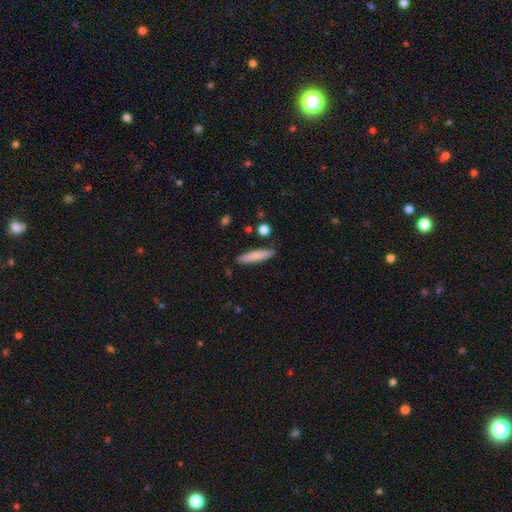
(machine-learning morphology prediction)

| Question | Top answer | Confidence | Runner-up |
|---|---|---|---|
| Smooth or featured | smooth | 79% | featured or disk (15%) |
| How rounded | cigar-shaped | 86% | in between (12%) |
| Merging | none | 86% | minor disturbance (9%) |